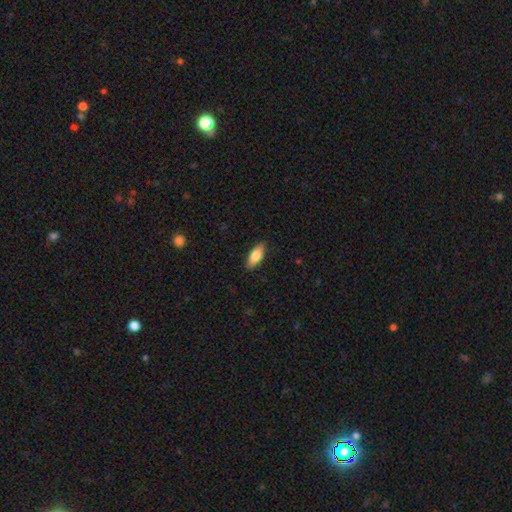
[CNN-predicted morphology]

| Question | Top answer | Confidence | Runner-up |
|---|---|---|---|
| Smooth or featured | smooth | 75% | featured or disk (19%) |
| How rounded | in between | 71% | cigar-shaped (27%) |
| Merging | none | 88% | minor disturbance (9%) |